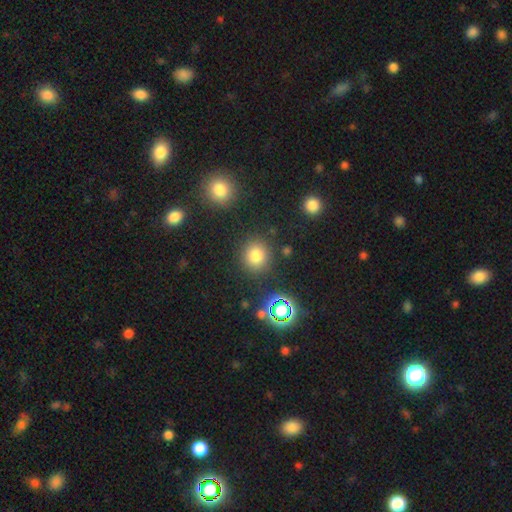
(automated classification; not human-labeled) Smooth or featured? Predicted: smooth (p=0.76). How rounded? Predicted: round (p=0.88). Merging? Predicted: none (p=0.86).